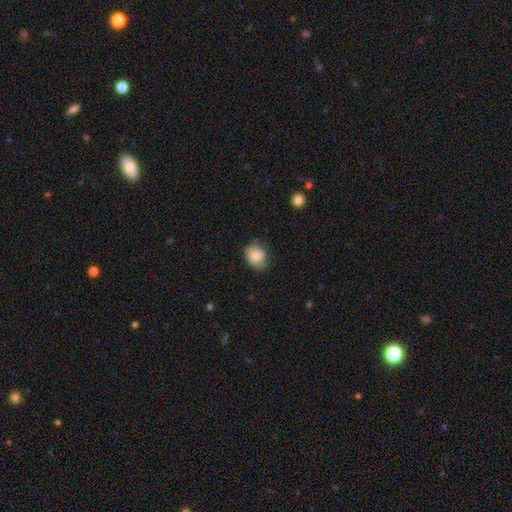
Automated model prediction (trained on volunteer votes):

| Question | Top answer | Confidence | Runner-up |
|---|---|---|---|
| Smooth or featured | smooth | 70% | featured or disk (22%) |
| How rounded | round | 56% | in between (43%) |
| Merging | none | 56% | minor disturbance (32%) |